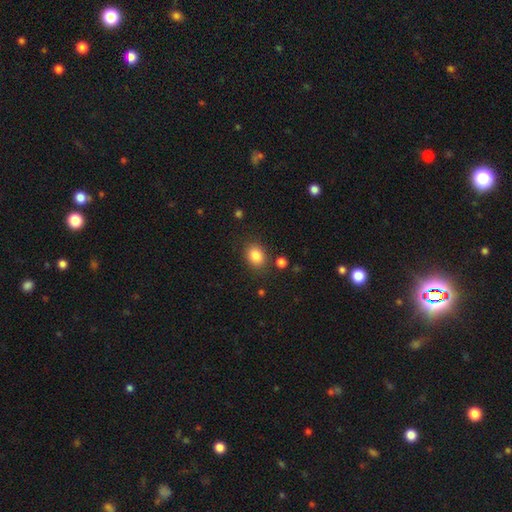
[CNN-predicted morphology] smooth 84%, star or artifact 10%, featured or disk 6%. Down the decision tree: how rounded — in between (55%); merging — none (83%).